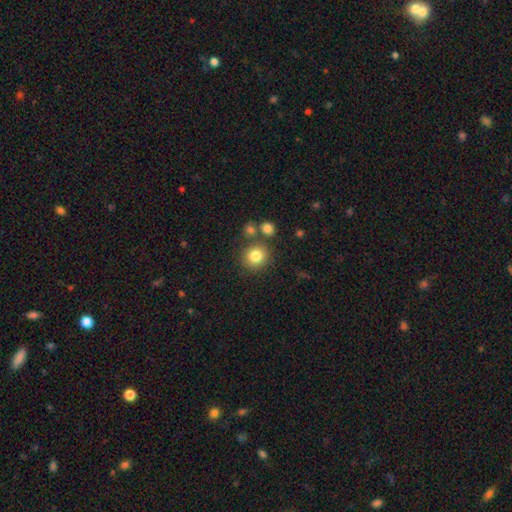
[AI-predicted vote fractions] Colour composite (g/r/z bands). It shows a smooth galaxy with no disk features (81%) that is round (86%). Merging: none (77%).